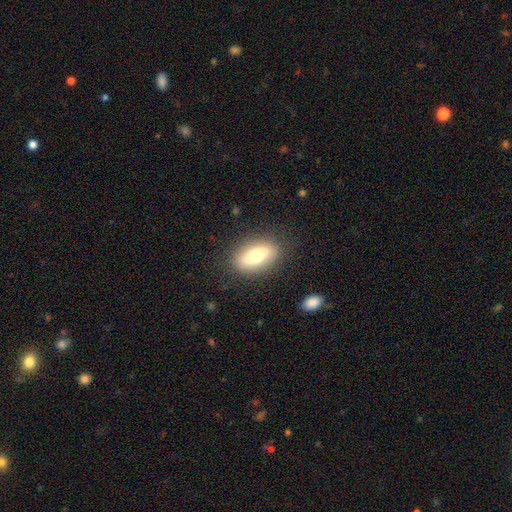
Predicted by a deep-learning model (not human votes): Smooth or featured? Predicted: smooth (p=0.66). How rounded? Predicted: in between (p=0.78). Merging? Predicted: none (p=0.84).